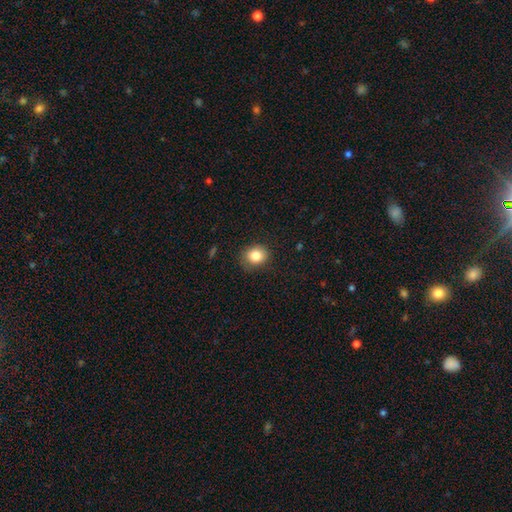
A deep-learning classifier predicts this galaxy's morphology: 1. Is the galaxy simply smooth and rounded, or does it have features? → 84% smooth, 10% star or artifact, 6% featured or disk.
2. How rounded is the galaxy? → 72% round, 27% in between, 1% cigar-shaped.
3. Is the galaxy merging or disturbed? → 80% none, 15% minor disturbance, 4% major disturbance, 1% merger.